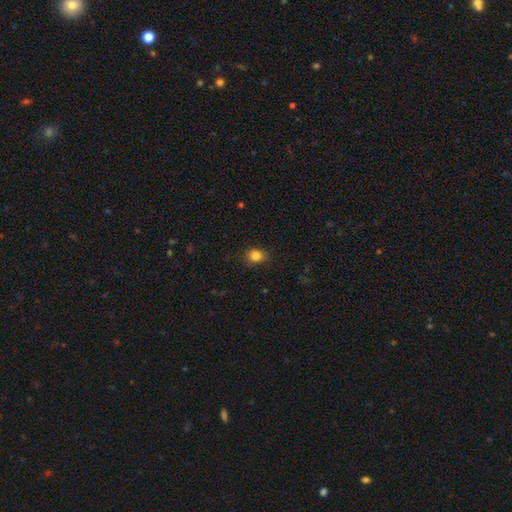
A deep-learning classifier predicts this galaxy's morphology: Smooth or featured?
  - smooth: 84% *
  - star or artifact: 12%
  - featured or disk: 5%
How rounded?
  - round: 63% *
  - in between: 36%
  - cigar-shaped: 1%
Merging?
  - none: 84% *
  - minor disturbance: 12%
  - major disturbance: 3%
  - merger: 1%